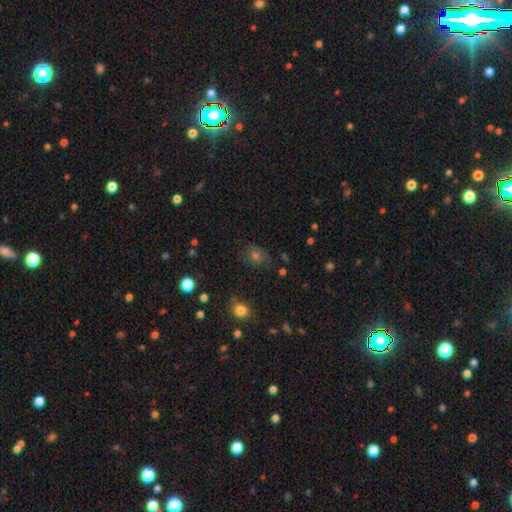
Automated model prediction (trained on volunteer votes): Q: Smooth or featured?
A: smooth (49%); runner-up: star or artifact (30%)
Q: Merging?
A: none (73%); runner-up: minor disturbance (17%)